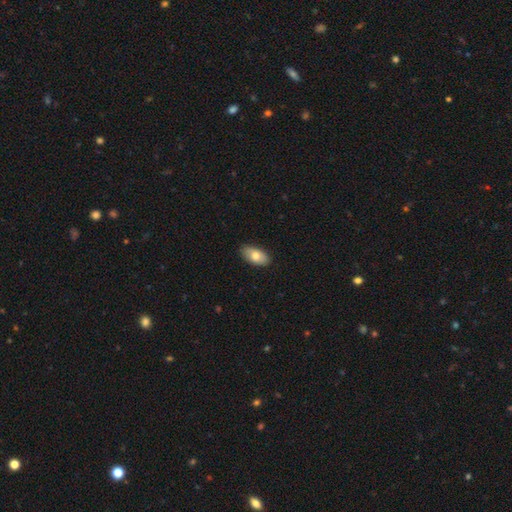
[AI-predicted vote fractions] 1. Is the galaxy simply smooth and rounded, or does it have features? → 77% smooth, 17% featured or disk, 6% star or artifact.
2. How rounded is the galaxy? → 93% in between, 3% cigar-shaped, 3% round.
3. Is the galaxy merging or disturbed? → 87% none, 10% minor disturbance, 2% major disturbance, 1% merger.